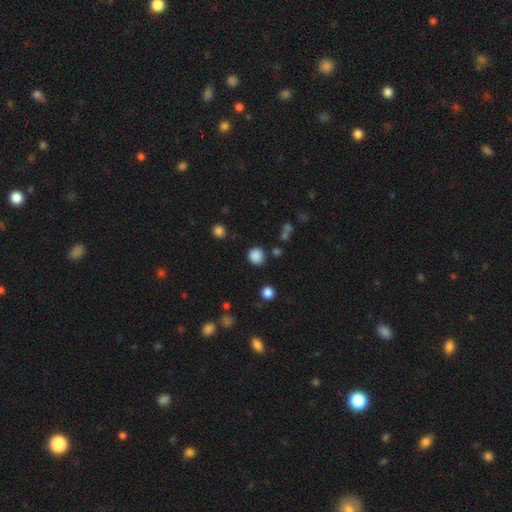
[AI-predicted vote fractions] This appears to be a smooth galaxy with no disk features (85%) that is round (89%). Merging: none (86%).